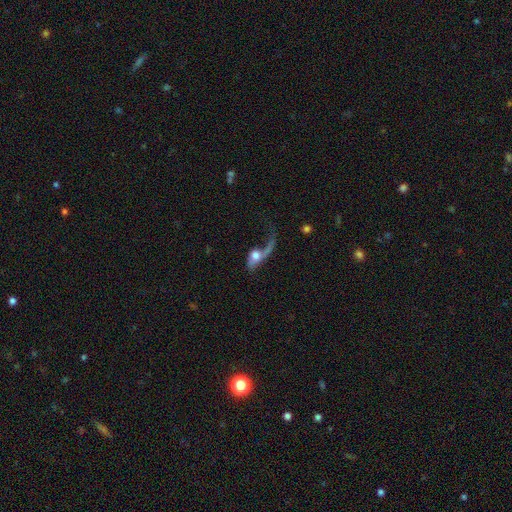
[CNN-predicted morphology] The model was most divided on "smooth or featured": featured or disk: 52%, smooth: 39%, star or artifact: 9%. More confident: edge-on disk — no (86%); merging — major disturbance (60%).